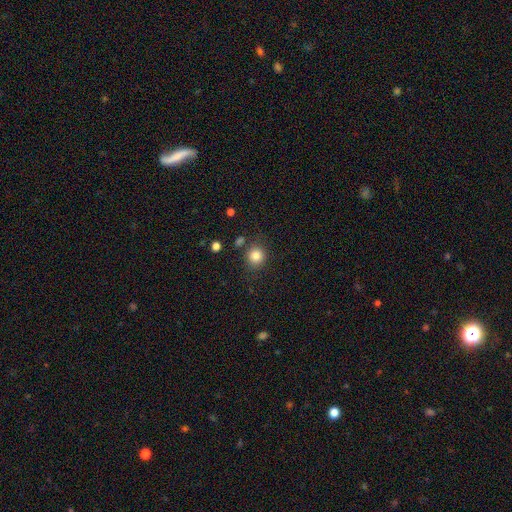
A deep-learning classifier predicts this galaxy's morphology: Overall: smooth (84%). How rounded: round (86%). Merging: none (82%).